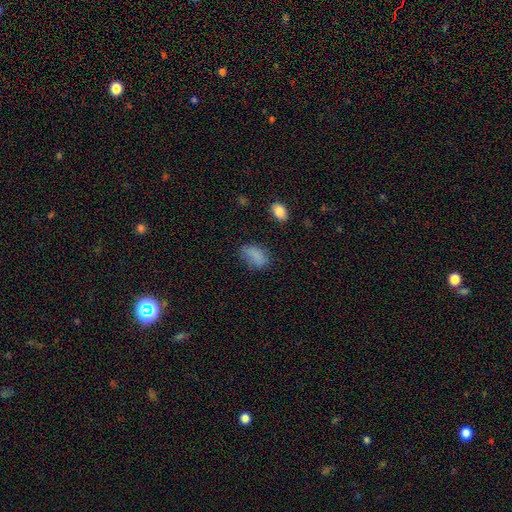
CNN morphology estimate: The model was most divided on "merging": none: 61%, minor disturbance: 26%, major disturbance: 10%, merger: 3%. More confident: how rounded — in between (90%); smooth or featured — smooth (81%).